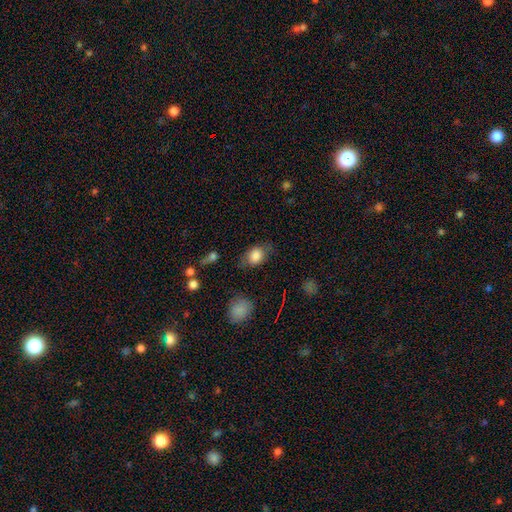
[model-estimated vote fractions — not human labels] This is clearly a smooth galaxy (80%). How rounded: likely in between (75%). Merging: likely none (69%).